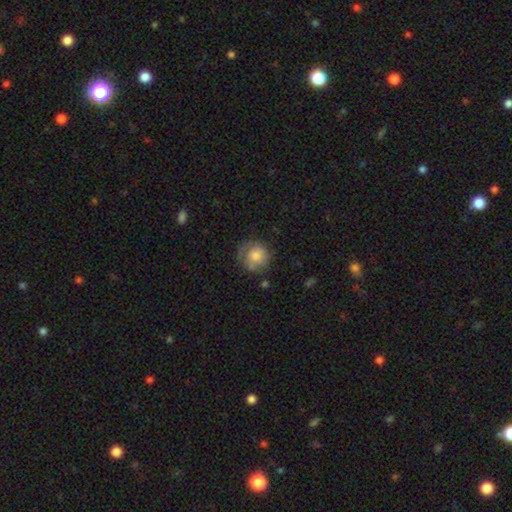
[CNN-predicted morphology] smooth-or-featured: smooth: 74% | featured or disk: 18% | star or artifact: 8%
  how-rounded: round: 89% | in between: 10% | cigar-shaped: 1%
  merging: none: 60% | minor disturbance: 24% | major disturbance: 11% | merger: 4%